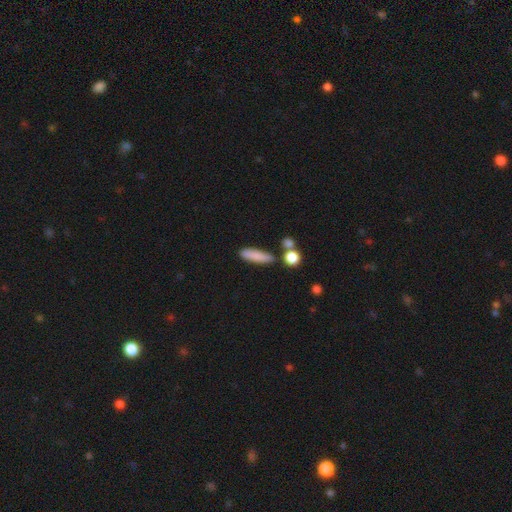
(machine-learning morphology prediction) This is clearly a smooth galaxy (81%). How rounded: likely cigar-shaped (67%). Merging: likely none (74%).